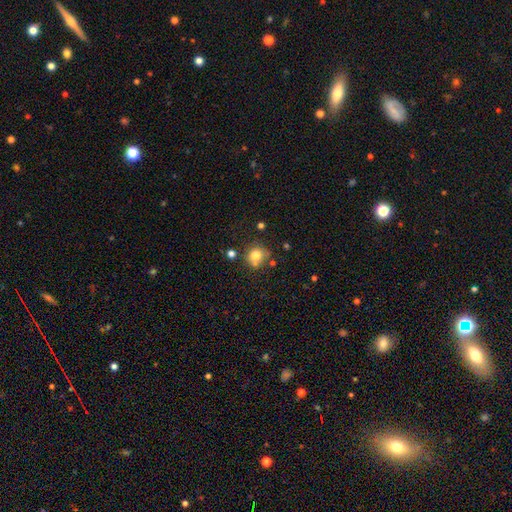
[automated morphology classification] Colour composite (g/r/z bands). It shows a smooth galaxy with no disk features (77%) that is round (82%). Merging: none (61%).